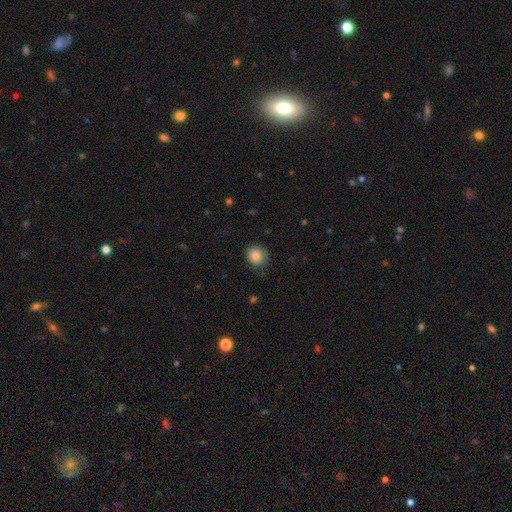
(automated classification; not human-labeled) Smooth or featured? Predicted: smooth (p=0.83). How rounded? Predicted: round (p=0.79). Merging? Predicted: none (p=0.75).